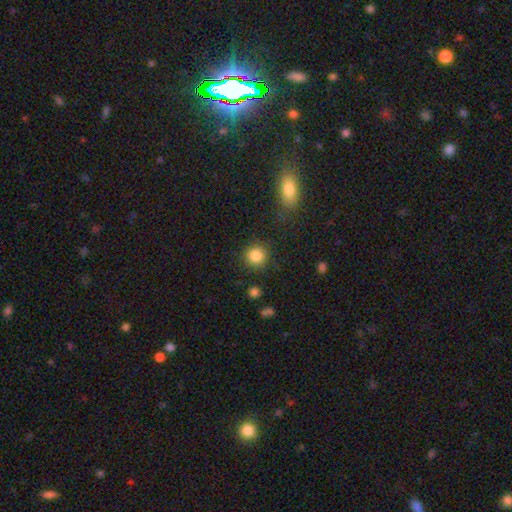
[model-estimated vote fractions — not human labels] The model was most divided on "smooth or featured": smooth: 86%, star or artifact: 10%, featured or disk: 4%. More confident: how rounded — round (93%); merging — none (87%).